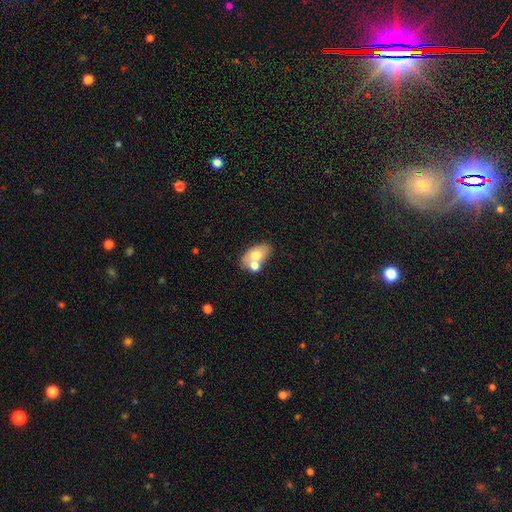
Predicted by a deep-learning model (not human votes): smooth-or-featured: smooth: 66% | featured or disk: 26% | star or artifact: 8%
  how-rounded: in between: 87% | round: 10% | cigar-shaped: 2%
  merging: none: 49% | merger: 35% | minor disturbance: 12% | major disturbance: 4%